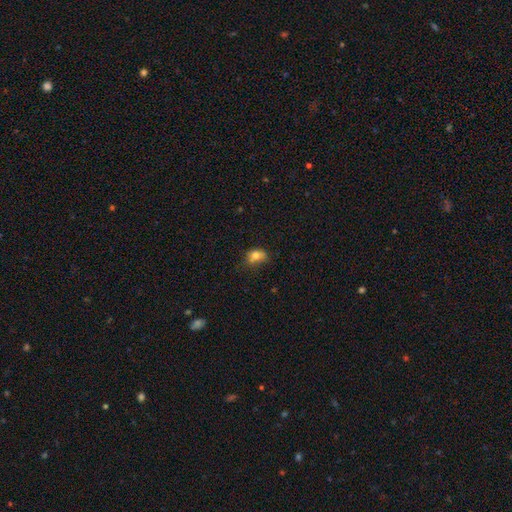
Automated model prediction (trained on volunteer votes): A smooth galaxy with no disk features (75%) that is in between round and cigar-shaped (68%). Merging: none (49%).